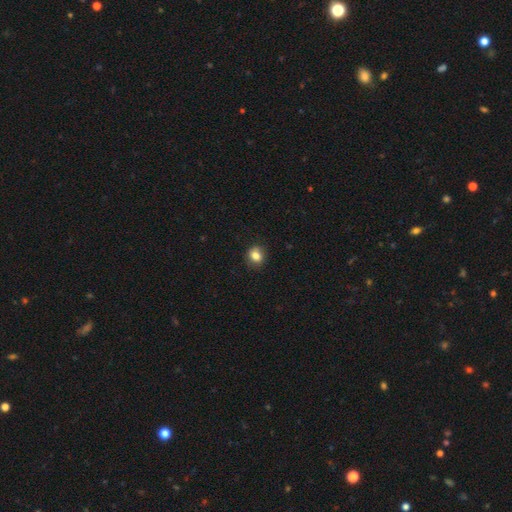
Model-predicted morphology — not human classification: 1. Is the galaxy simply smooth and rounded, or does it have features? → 82% smooth, 10% star or artifact, 7% featured or disk.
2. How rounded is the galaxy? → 70% round, 28% in between, 1% cigar-shaped.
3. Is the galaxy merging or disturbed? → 86% none, 10% minor disturbance, 2% major disturbance, 1% merger.